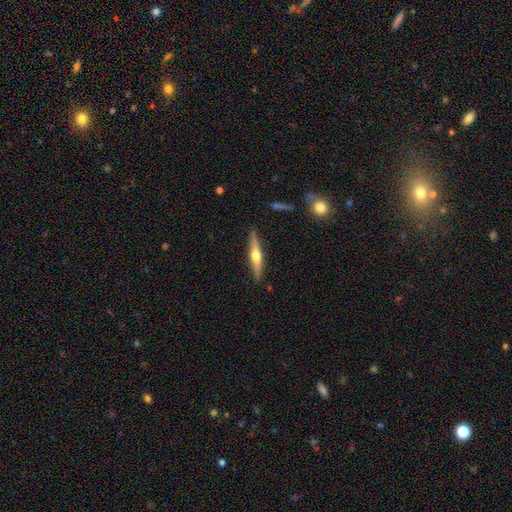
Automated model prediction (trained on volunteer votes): A featured or disk galaxy (67%) viewed edge-on (97%) with a rounded central bulge (93%). Merging: none (89%).